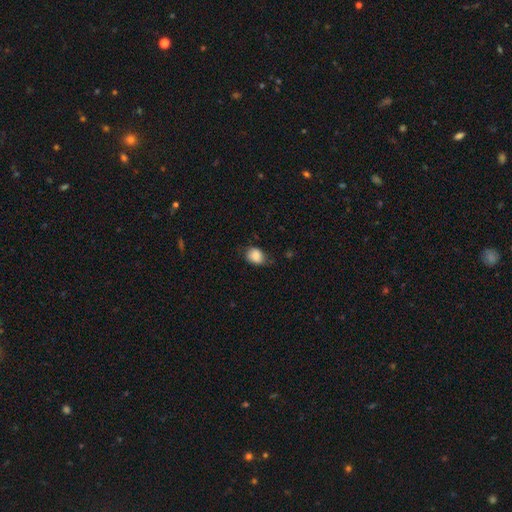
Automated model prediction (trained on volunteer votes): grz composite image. It shows a smooth galaxy with no disk features (85%) that is in between round and cigar-shaped (53%). Merging: none (65%).